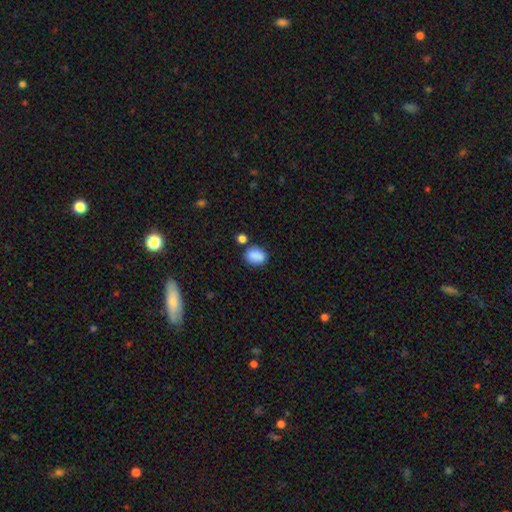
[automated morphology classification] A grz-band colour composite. It shows a smooth galaxy with no disk features (86%) that is in between round and cigar-shaped (63%). Merging: none (70%).